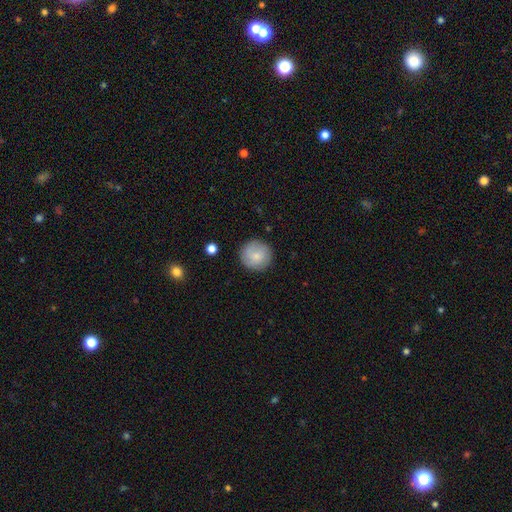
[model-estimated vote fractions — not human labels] Overall: smooth (77%). How rounded: round (95%). Merging: none (87%).